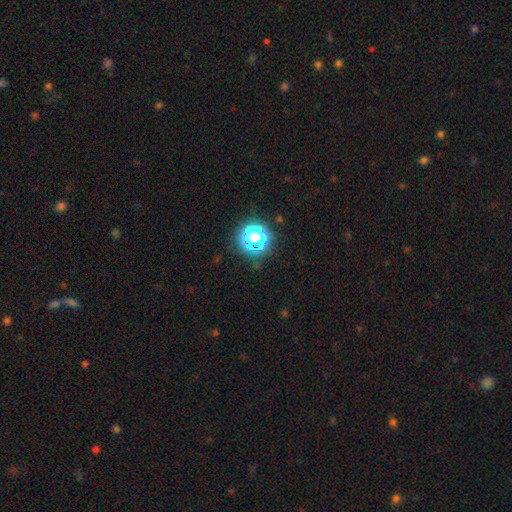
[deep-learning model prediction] Smooth or featured?
  - star or artifact: 67% *
  - smooth: 28%
  - featured or disk: 6%